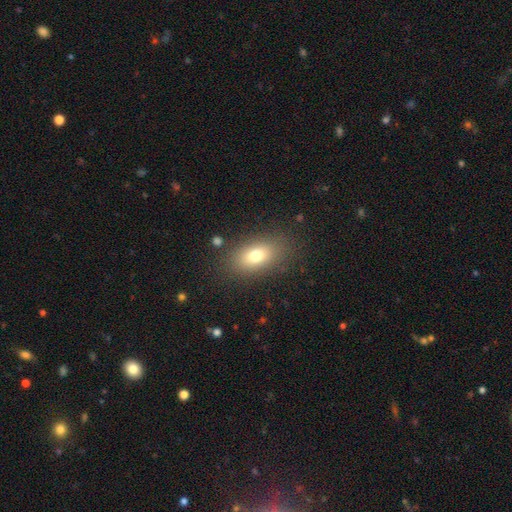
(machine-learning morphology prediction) Smooth or featured? Predicted: smooth (p=0.75). How rounded? Predicted: in between (p=0.86). Merging? Predicted: none (p=0.83).